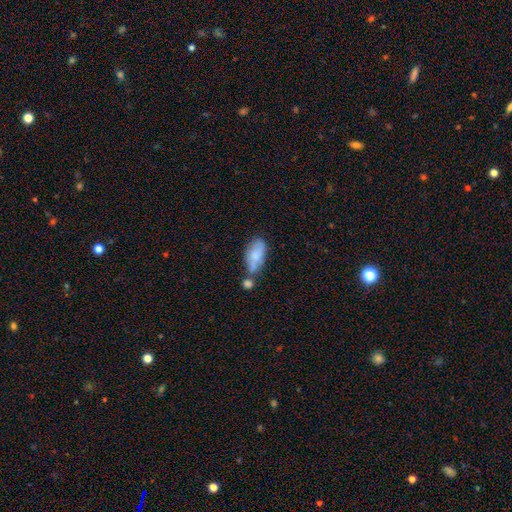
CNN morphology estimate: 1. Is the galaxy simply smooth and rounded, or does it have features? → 70% smooth, 23% featured or disk, 7% star or artifact.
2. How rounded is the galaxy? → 90% in between, 7% cigar-shaped, 4% round.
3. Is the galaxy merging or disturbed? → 38% none, 30% merger, 23% minor disturbance, 9% major disturbance.